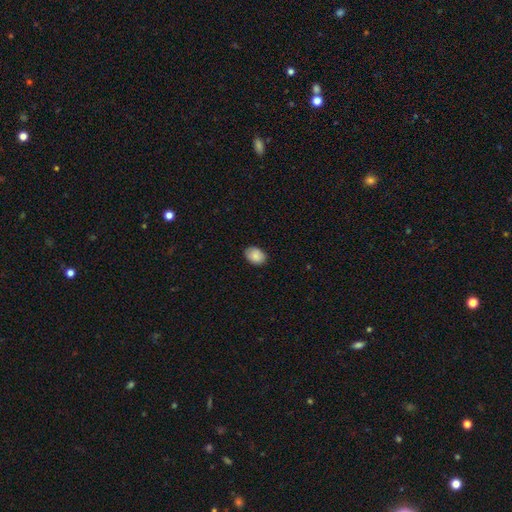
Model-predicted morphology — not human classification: type=smooth (86%); roundness=in between (75%); merging=none (84%).